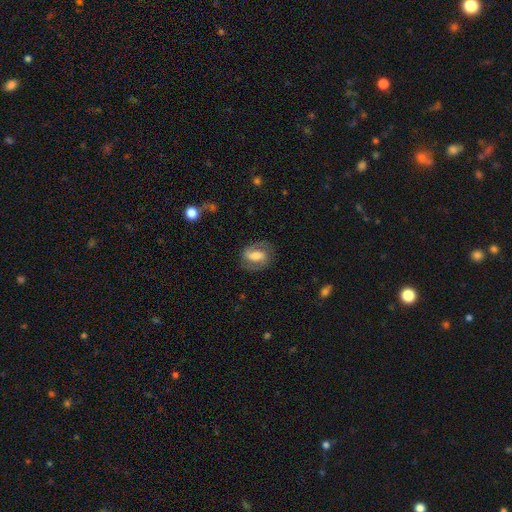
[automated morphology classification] Q: Smooth or featured?
A: featured or disk (65%); runner-up: smooth (28%)
Q: Edge-on disk?
A: no (96%); runner-up: yes (4%)
Q: Bar?
A: weak (40%); runner-up: strong (37%)
Q: Spiral arms?
A: yes (85%); runner-up: no (15%)
Q: Spiral winding?
A: medium (49%); runner-up: tight (33%)
Q: Spiral arm count?
A: 2 (86%); runner-up: can't tell (7%)
Q: Bulge size?
A: moderate (52%); runner-up: small (25%)
Q: Merging?
A: none (78%); runner-up: minor disturbance (14%)